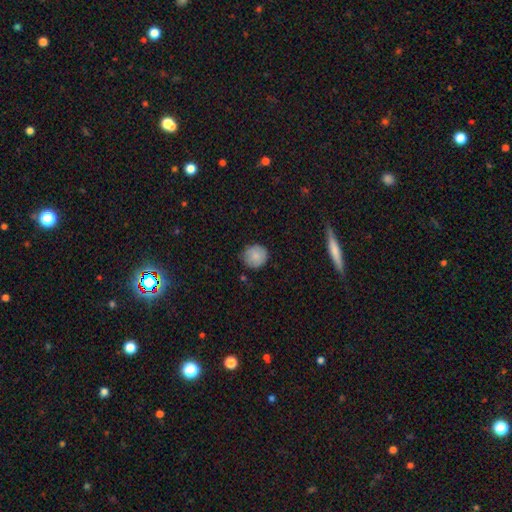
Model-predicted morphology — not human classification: This appears to be a smooth galaxy with no disk features (82%) that is round (91%). Merging: none (81%).